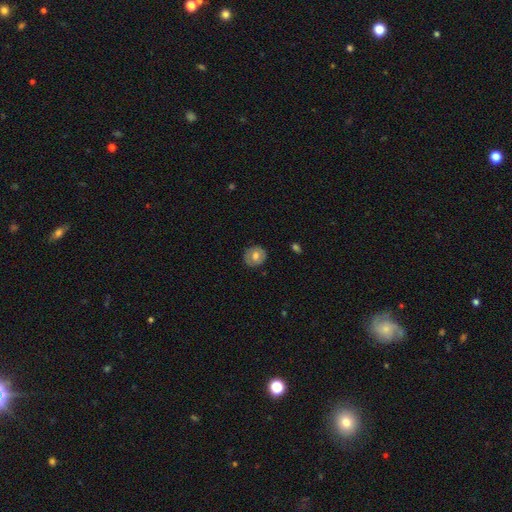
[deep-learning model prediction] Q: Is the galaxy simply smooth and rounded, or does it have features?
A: smooth — 62%.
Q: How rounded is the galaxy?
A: round — 80%.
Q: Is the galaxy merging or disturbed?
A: none — 84%.